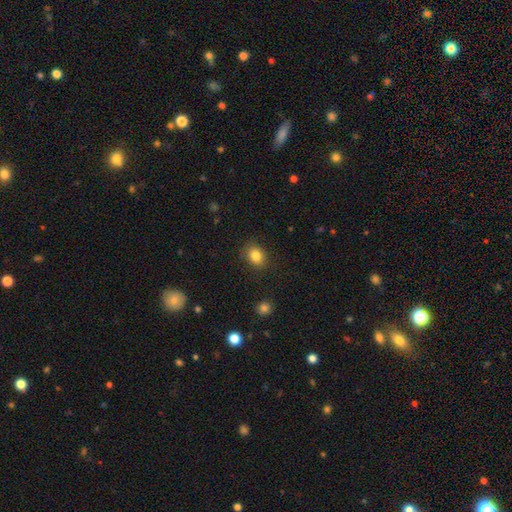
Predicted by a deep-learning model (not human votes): This appears to be a smooth galaxy with no disk features (84%) that is in between round and cigar-shaped (51%). Merging: none (85%).